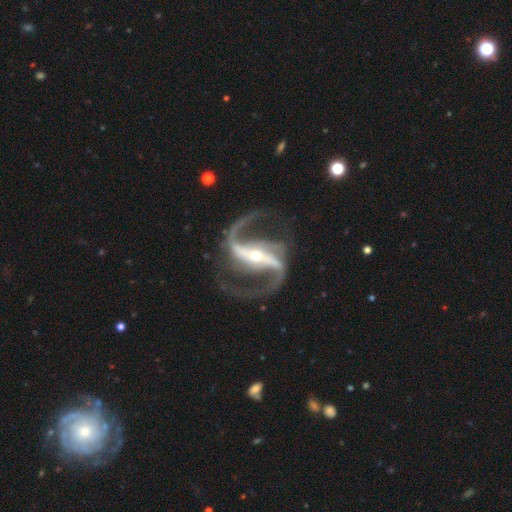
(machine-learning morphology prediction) This is clearly a featured or disk galaxy (94%). It is clearly not viewed edge-on (97%). Bar: likely strong (77%). Spiral arm pattern: clearly yes (98%). Spiral arm count: clearly 2 (89%). Spiral winding: possibly medium (51%). Central bulge: likely small (63%). Merging: likely none (78%).